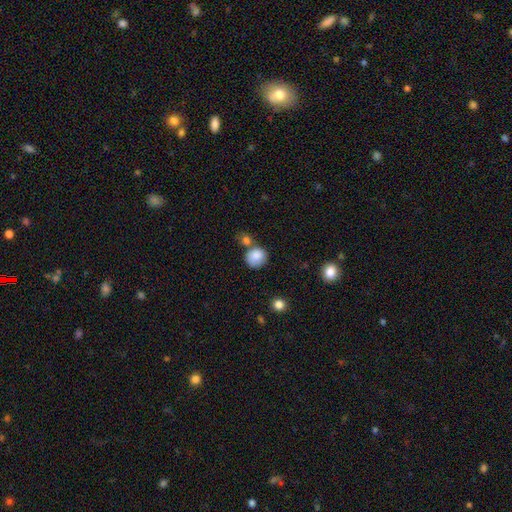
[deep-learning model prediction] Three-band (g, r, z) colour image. It shows a smooth galaxy with no disk features (85%) that is round (82%). Merging: none (55%).